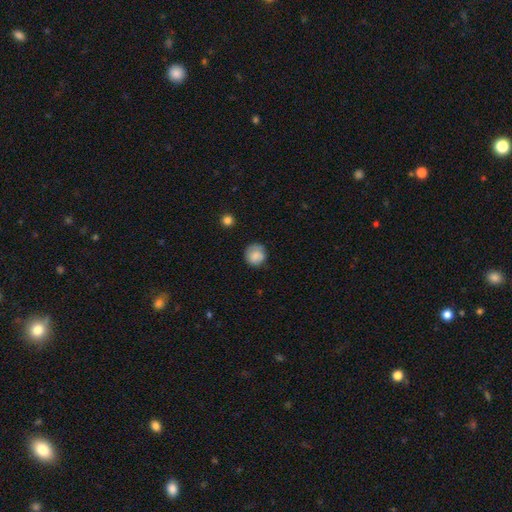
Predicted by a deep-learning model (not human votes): smooth 79%, featured or disk 14%, star or artifact 8%. Down the decision tree: how rounded — round (85%); merging — none (70%).